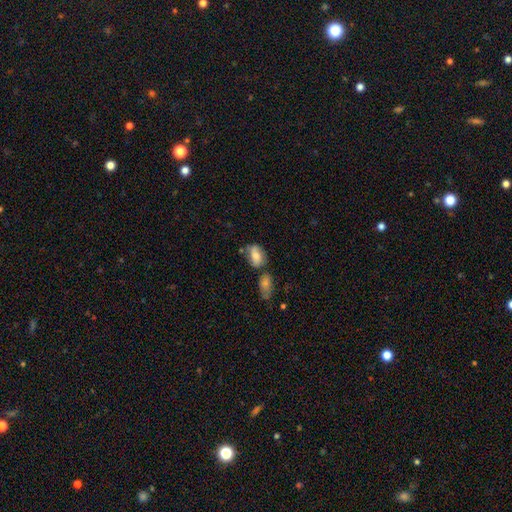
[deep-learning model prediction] smooth 66%, featured or disk 26%, star or artifact 8%. Down the decision tree: how rounded — in between (81%); merging — none (48%).